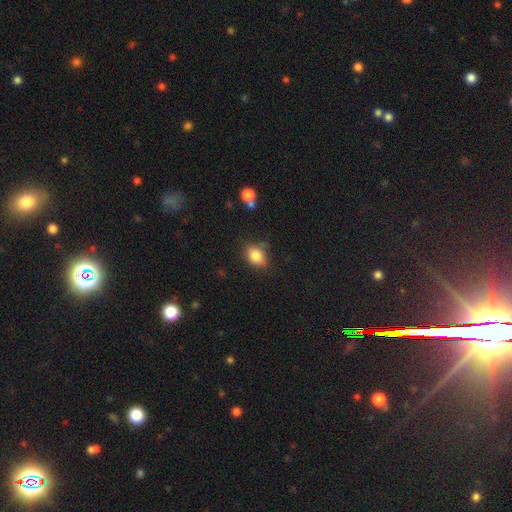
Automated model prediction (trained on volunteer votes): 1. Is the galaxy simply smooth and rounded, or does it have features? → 83% smooth, 10% star or artifact, 7% featured or disk.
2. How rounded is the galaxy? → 63% in between, 36% round, 1% cigar-shaped.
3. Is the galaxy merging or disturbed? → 69% none, 23% minor disturbance, 5% major disturbance, 4% merger.